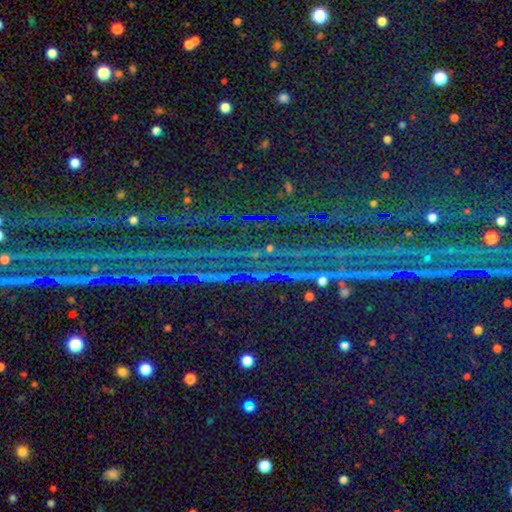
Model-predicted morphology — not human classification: This appears to be a star or artifact, not a galaxy (88%).